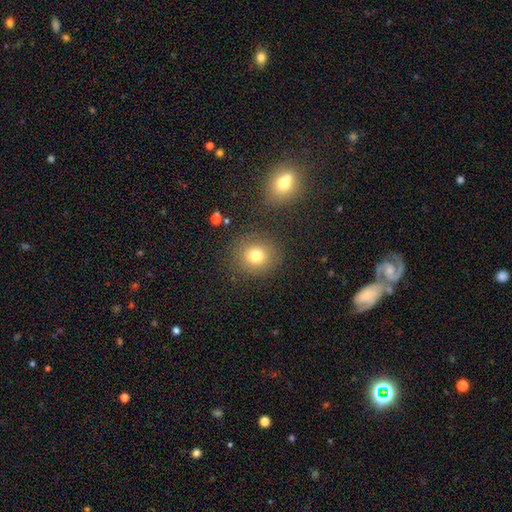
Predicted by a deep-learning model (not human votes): A smooth galaxy with no disk features (76%) that is round (87%). Merging: none (83%).